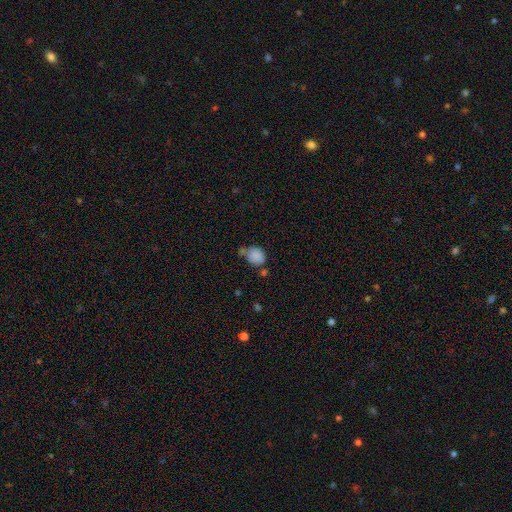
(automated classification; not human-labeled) Smooth or featured? Predicted: smooth (p=0.83). How rounded? Predicted: round (p=0.60). Merging? Predicted: none (p=0.46).